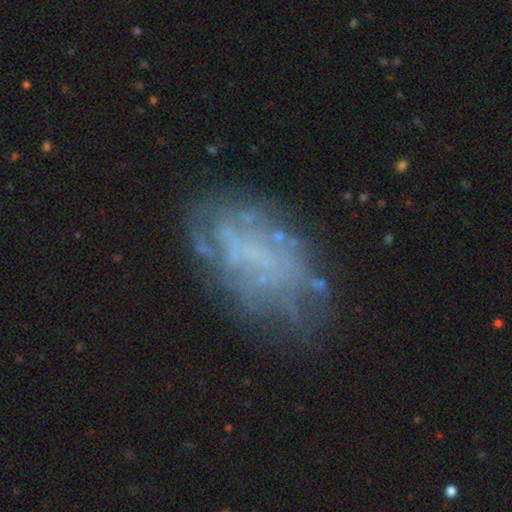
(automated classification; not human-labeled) Smooth or featured? featured or disk (60%)
Edge-on disk? no (96%)
Bar? no (78%)
Spiral arms? no (63%)
Bulge size? none (76%)
Merging? none (61%)